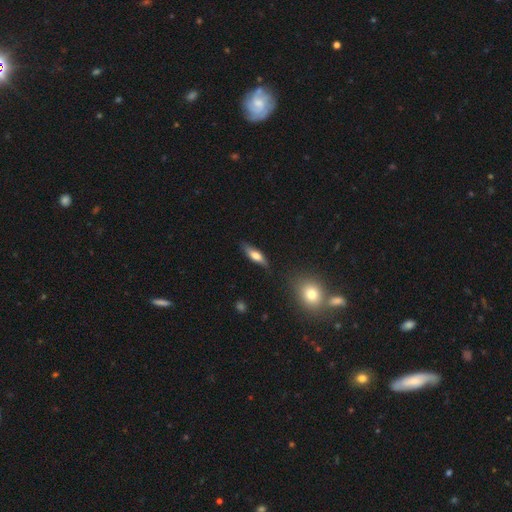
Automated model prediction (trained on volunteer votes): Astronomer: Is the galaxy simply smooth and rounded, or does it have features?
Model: smooth — 58% (runner-up: featured or disk, 36%).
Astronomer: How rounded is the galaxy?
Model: cigar-shaped — 52% (runner-up: in between, 45%).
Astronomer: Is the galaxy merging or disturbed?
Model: none — 78%.